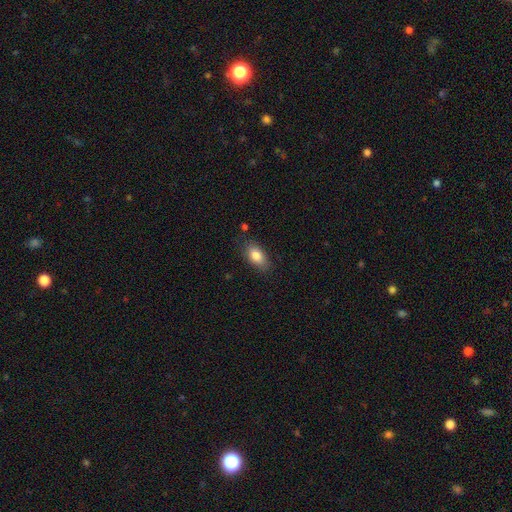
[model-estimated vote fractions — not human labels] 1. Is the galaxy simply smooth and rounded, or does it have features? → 83% smooth, 9% featured or disk, 8% star or artifact.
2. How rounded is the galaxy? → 89% in between, 6% round, 4% cigar-shaped.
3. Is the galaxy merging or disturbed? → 81% none, 14% minor disturbance, 3% major disturbance, 2% merger.